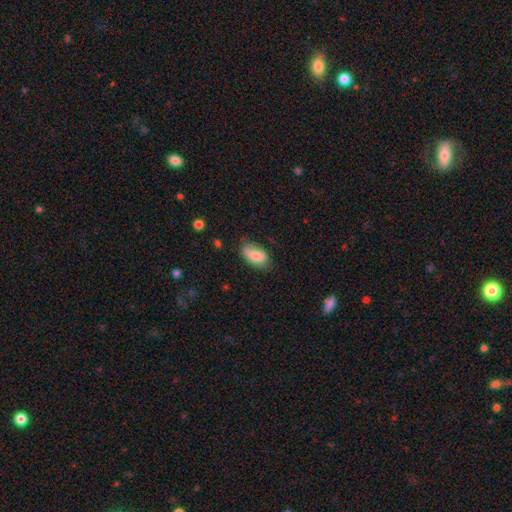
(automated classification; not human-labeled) Q: Smooth or featured?
A: smooth (81%); runner-up: featured or disk (12%)
Q: How rounded?
A: in between (92%); runner-up: cigar-shaped (4%)
Q: Merging?
A: none (64%); runner-up: minor disturbance (27%)